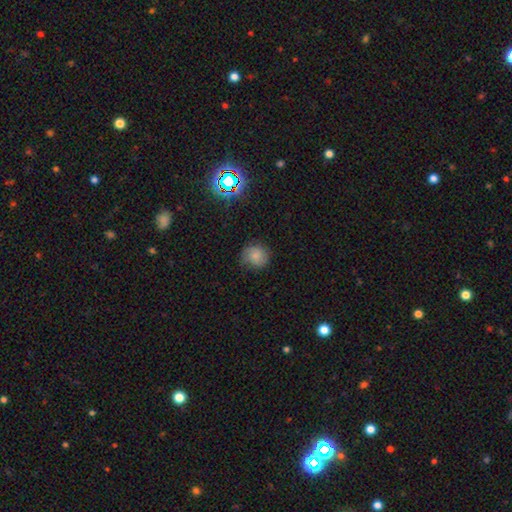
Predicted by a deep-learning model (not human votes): smooth_or_featured: smooth (p=0.72) [alt: featured or disk p=0.15]
how_rounded: round (p=0.83) [alt: in between p=0.16]
merging: none (p=0.71) [alt: minor disturbance p=0.22]